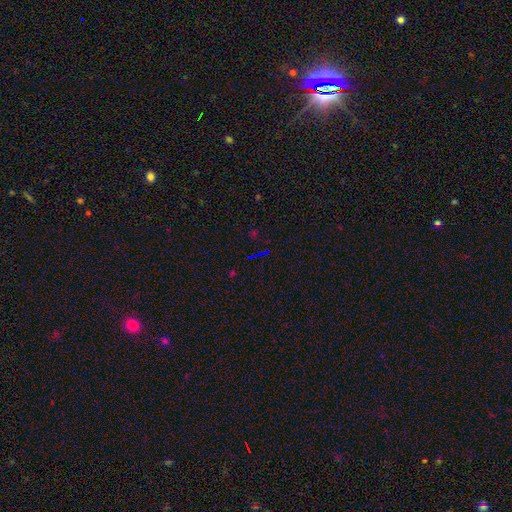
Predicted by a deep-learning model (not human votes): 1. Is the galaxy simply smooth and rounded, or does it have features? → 75% star or artifact, 13% smooth, 12% featured or disk.